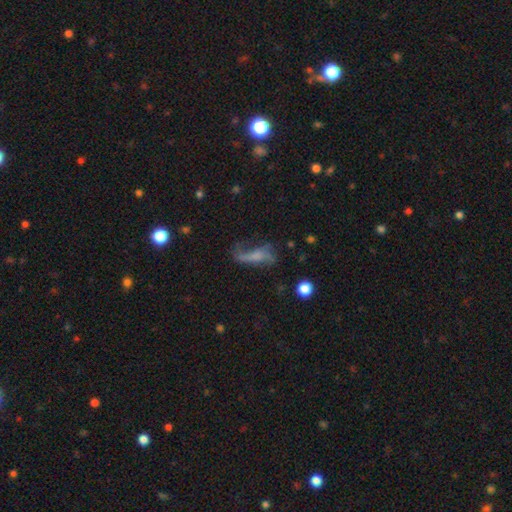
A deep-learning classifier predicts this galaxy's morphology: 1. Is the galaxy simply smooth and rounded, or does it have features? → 58% featured or disk, 29% smooth, 13% star or artifact.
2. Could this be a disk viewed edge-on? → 81% no, 19% yes.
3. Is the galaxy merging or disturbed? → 42% none, 30% major disturbance, 22% minor disturbance, 5% merger.